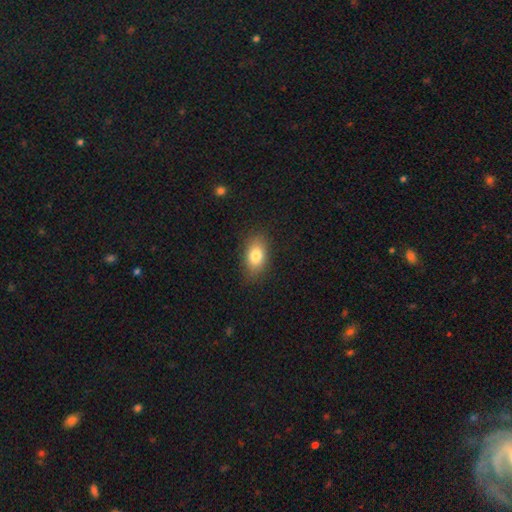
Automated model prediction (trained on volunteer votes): A smooth galaxy with no disk features (80%) that is in between round and cigar-shaped (86%). Merging: none (85%).